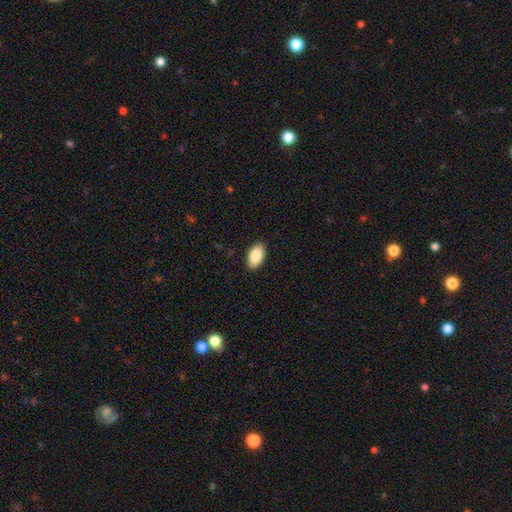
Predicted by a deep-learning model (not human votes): Smooth or featured? smooth (87%)
How rounded? in between (94%)
Merging? none (89%)